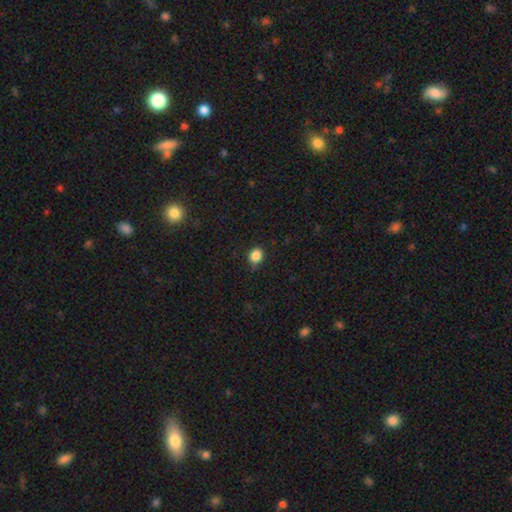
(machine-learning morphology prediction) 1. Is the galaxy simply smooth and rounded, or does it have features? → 86% smooth, 11% star or artifact, 3% featured or disk.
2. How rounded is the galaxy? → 61% round, 38% in between, 1% cigar-shaped.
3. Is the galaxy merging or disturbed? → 81% none, 15% minor disturbance, 3% major disturbance, 1% merger.